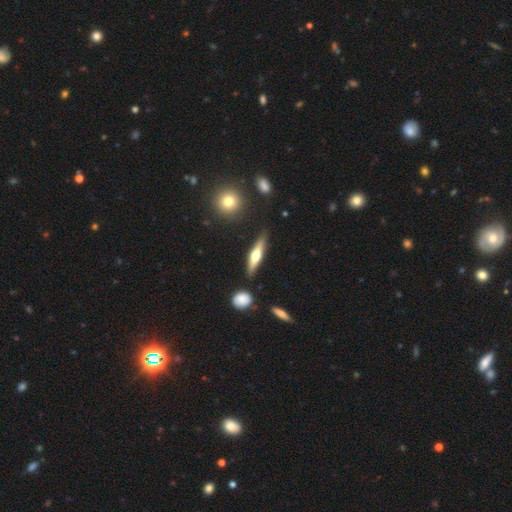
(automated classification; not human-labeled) Smooth or featured? featured or disk (55%)
Edge-on disk? yes (94%)
Edge-on bulge? rounded (89%)
Merging? none (82%)